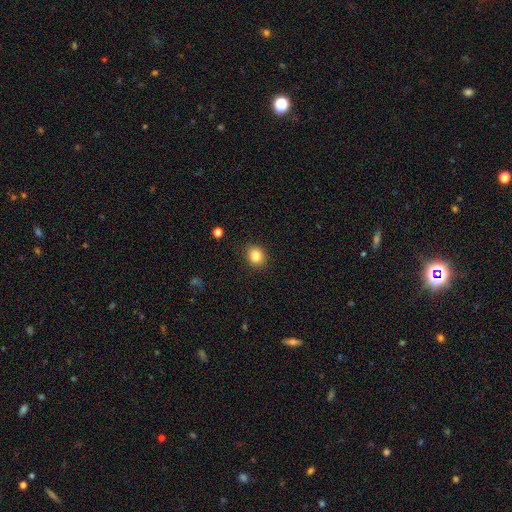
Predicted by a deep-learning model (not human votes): A smooth galaxy with no disk features (84%) that is round (68%).

Vote fractions:
- Smooth or featured? smooth: 84% / star or artifact: 11% / featured or disk: 6%
- How rounded? round: 68% / in between: 31% / cigar-shaped: 1%
- Merging? none: 88% / minor disturbance: 8% / major disturbance: 2% / merger: 1%